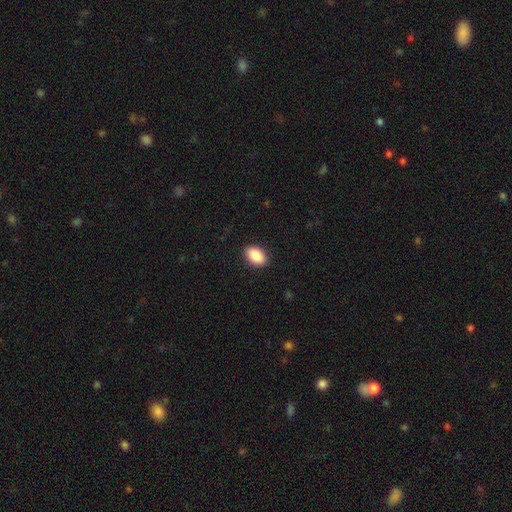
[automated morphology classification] Smooth or featured: smooth — 88% (star or artifact — 7%)
How rounded: in between — 89% (round — 9%)
Merging: none — 90% (minor disturbance — 7%)